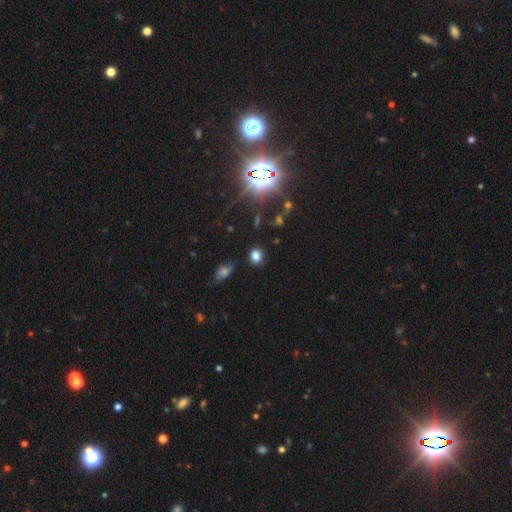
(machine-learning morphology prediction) Overall: smooth (74%). How rounded: round (59%; in between 39%). Merging: none (82%).